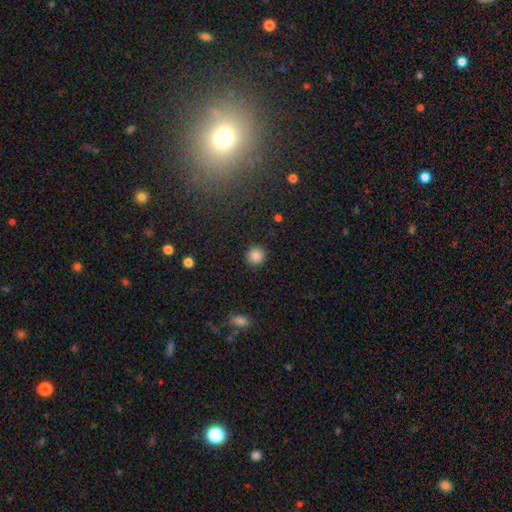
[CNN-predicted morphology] Smooth or featured: smooth — 86% (star or artifact — 10%)
How rounded: round — 94% (in between — 5%)
Merging: none — 91% (minor disturbance — 6%)